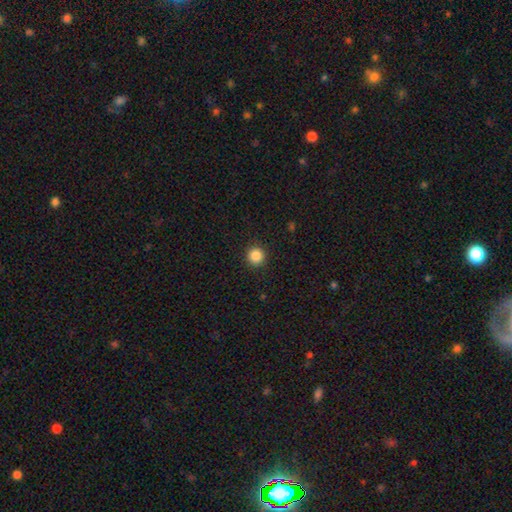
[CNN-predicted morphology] smooth 86%, star or artifact 11%, featured or disk 3%. Down the decision tree: how rounded — round (95%); merging — none (92%).